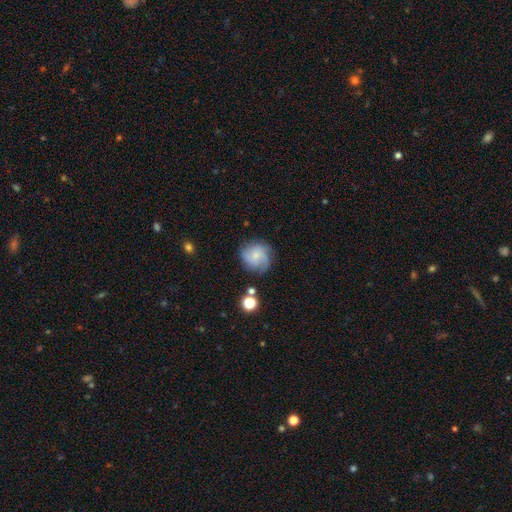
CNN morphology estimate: The model was most divided on "smooth or featured": featured or disk: 49%, smooth: 42%, star or artifact: 10%. More confident: merging — none (67%).